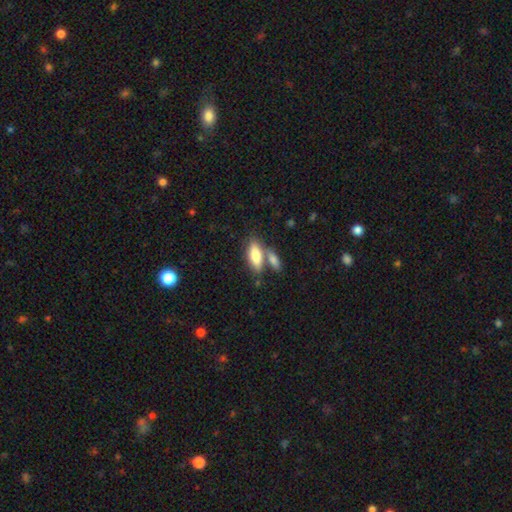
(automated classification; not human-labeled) This is clearly a smooth galaxy (81%). How rounded: likely in between (73%). Merging: possibly none (50%).